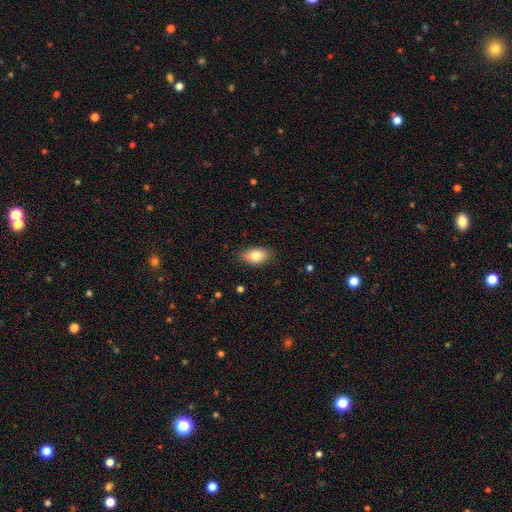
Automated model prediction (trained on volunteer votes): Smooth or featured: smooth — 80% (featured or disk — 12%)
How rounded: in between — 89% (round — 8%)
Merging: none — 82% (minor disturbance — 14%)